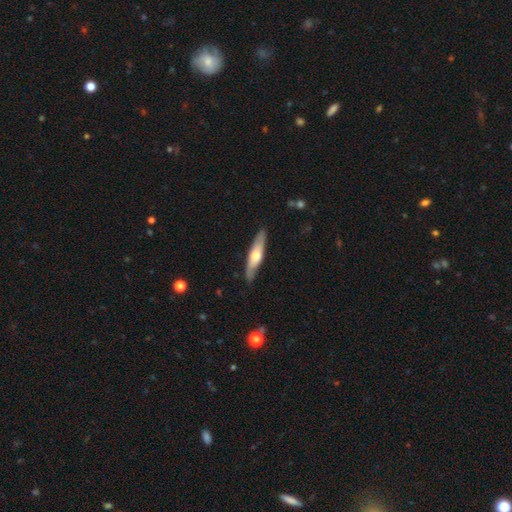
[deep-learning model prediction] A smooth galaxy with no disk features (48%, tied with featured or disk).

Vote fractions:
- Smooth or featured? smooth: 48% (tied) / featured or disk: 48% (tied) / star or artifact: 5%
- Merging? none: 84% / minor disturbance: 13% / major disturbance: 2% / merger: 1%